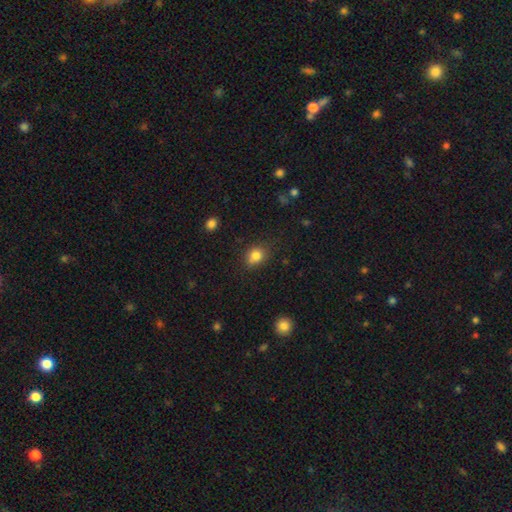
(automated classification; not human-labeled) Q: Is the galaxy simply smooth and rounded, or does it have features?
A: smooth — 82%.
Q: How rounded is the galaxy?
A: round — 58%.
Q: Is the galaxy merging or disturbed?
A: none — 69%.